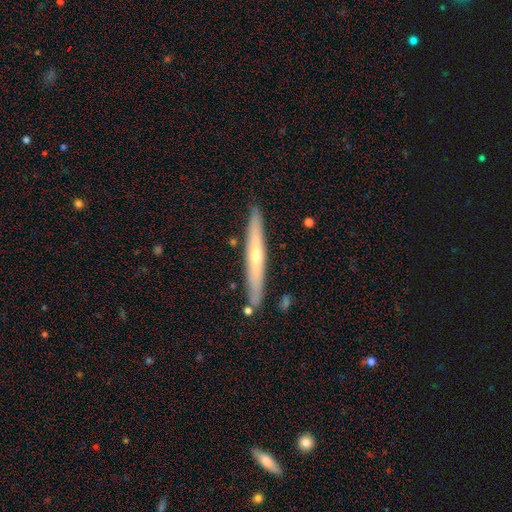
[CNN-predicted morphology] The model was most divided on "smooth or featured": featured or disk: 57%, smooth: 37%, star or artifact: 6%. More confident: edge-on disk — yes (93%); merging — none (87%); edge-on bulge — rounded (69%).